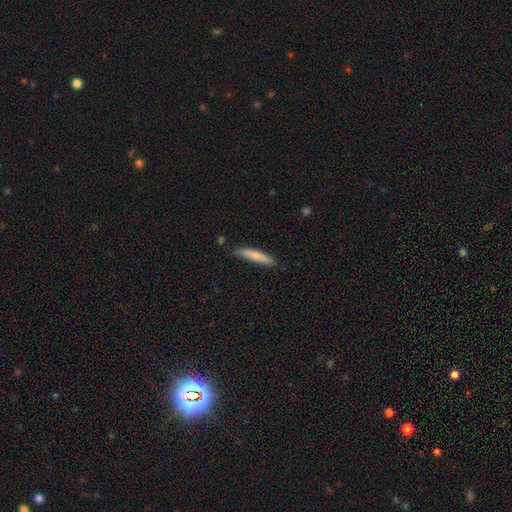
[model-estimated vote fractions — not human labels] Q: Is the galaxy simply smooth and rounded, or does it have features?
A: smooth — 78%.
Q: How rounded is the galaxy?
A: cigar-shaped — 89%.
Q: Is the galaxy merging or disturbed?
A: none — 81%.